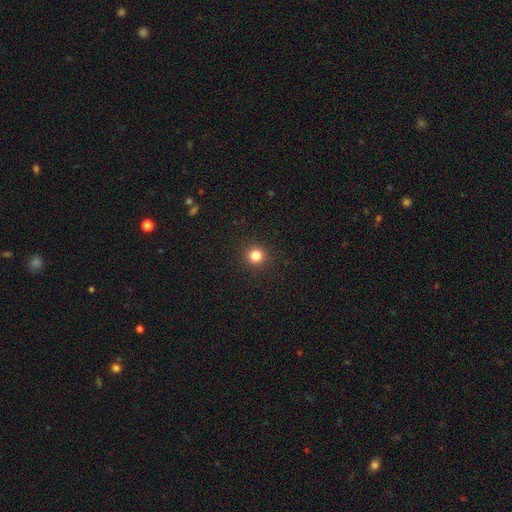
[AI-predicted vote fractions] smooth 83%, star or artifact 13%, featured or disk 5%. Down the decision tree: how rounded — round (94%); merging — none (92%).